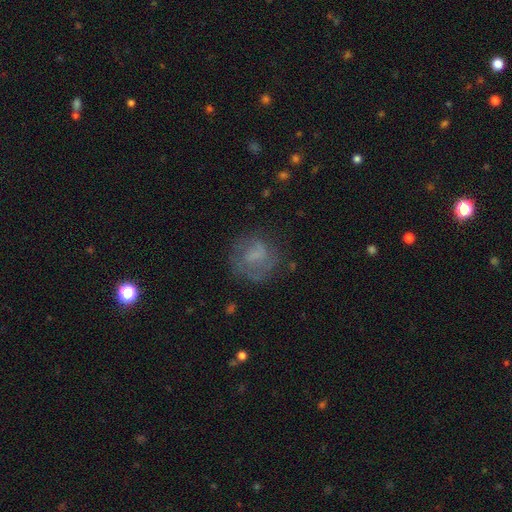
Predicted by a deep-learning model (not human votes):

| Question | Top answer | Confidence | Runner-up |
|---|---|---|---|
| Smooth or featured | featured or disk | 46% | smooth (43%) |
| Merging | none | 62% | minor disturbance (20%) |